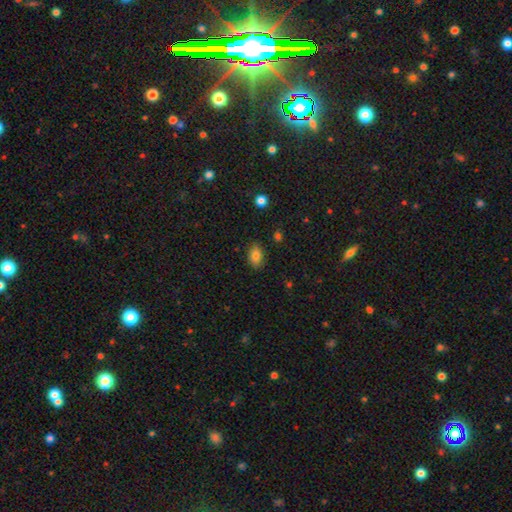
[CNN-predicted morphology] type=smooth (83%); roundness=in between (88%); merging=none (86%).